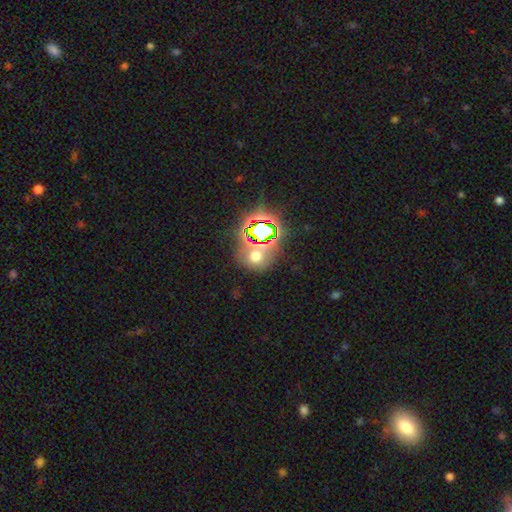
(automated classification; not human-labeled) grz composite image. It shows a star or artifact, not a galaxy (45%).